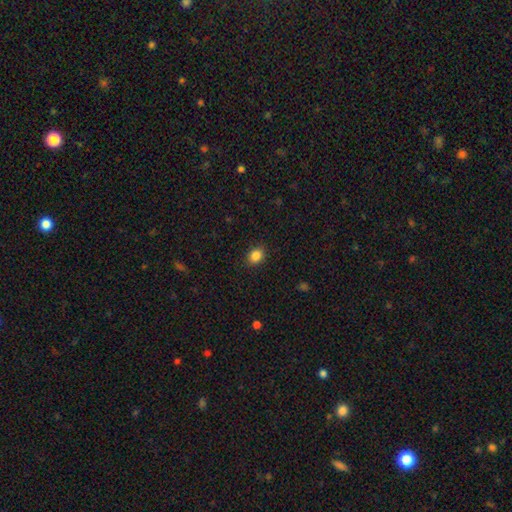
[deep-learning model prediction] Smooth or featured?
  - smooth: 86% *
  - star or artifact: 10%
  - featured or disk: 4%
How rounded?
  - in between: 56% *
  - round: 43%
  - cigar-shaped: 1%
Merging?
  - none: 89% *
  - minor disturbance: 8%
  - major disturbance: 2%
  - merger: 1%